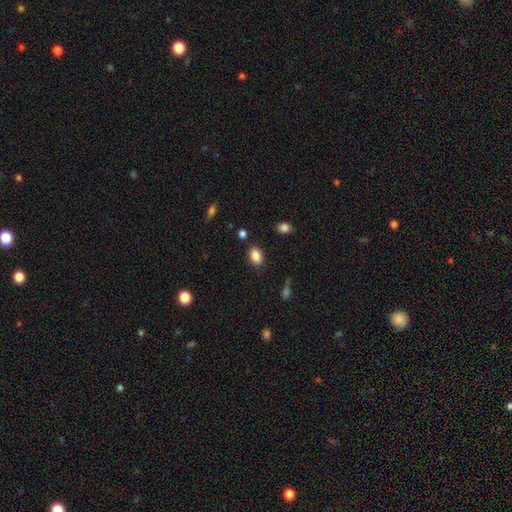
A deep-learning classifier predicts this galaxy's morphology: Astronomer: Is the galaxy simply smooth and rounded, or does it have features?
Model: smooth — 87%.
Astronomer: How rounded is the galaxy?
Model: in between — 82%.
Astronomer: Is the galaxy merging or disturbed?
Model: none — 84%.